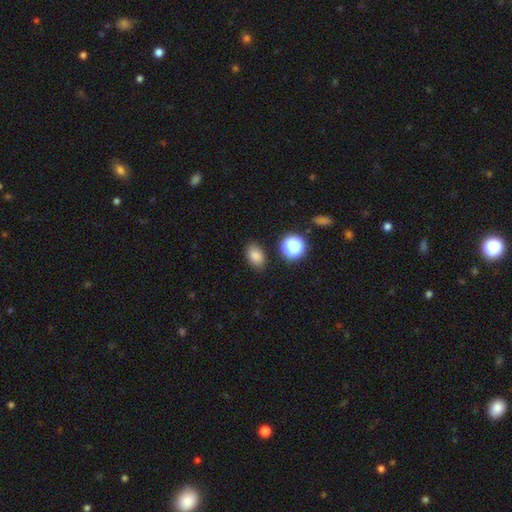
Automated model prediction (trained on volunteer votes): smooth-or-featured: smooth: 82% | star or artifact: 12% | featured or disk: 5%
  how-rounded: in between: 83% | round: 16% | cigar-shaped: 1%
  merging: none: 84% | minor disturbance: 10% | major disturbance: 3% | merger: 3%